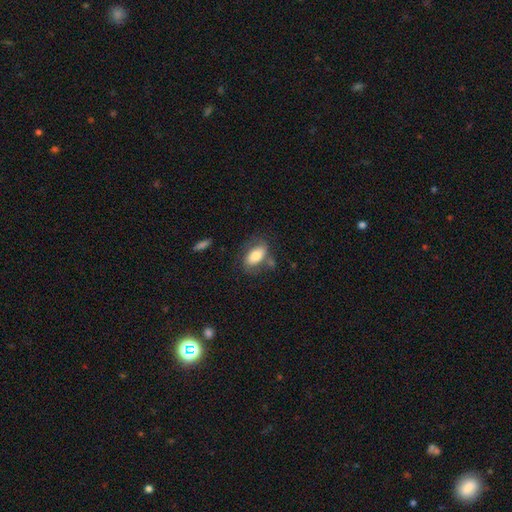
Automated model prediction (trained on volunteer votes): smooth 67%, featured or disk 26%, star or artifact 7%. Down the decision tree: how rounded — in between (90%); merging — none (59%).